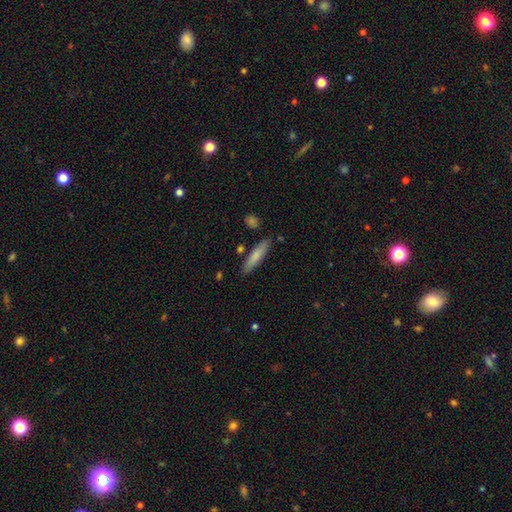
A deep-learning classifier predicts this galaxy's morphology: The model was most divided on "smooth or featured": smooth: 77%, featured or disk: 17%, star or artifact: 6%. More confident: merging — none (85%); how rounded — cigar-shaped (84%).